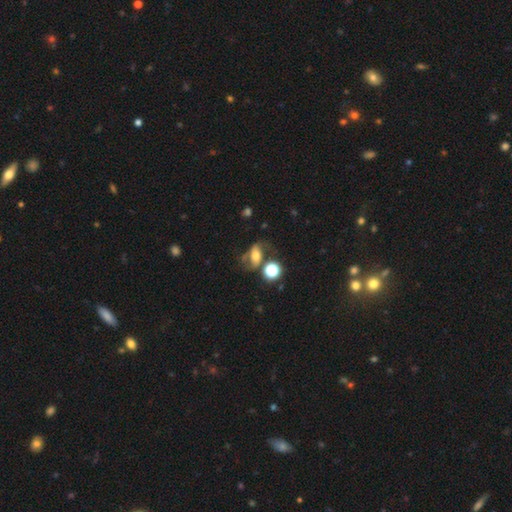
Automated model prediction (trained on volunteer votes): Smooth or featured? smooth (44%)
Merging? none (47%)